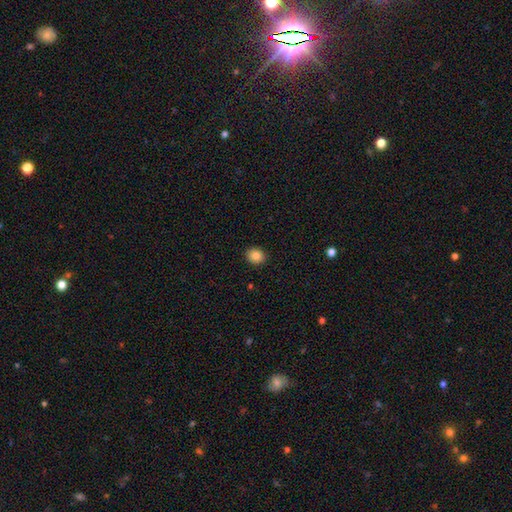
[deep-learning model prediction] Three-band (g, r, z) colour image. It shows a smooth galaxy with no disk features (85%) that is round (69%). Merging: none (91%).